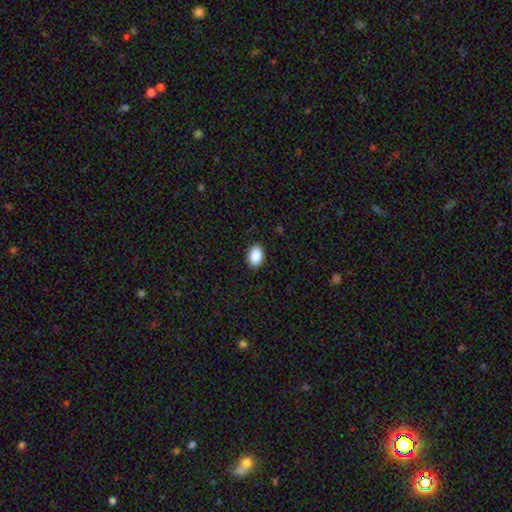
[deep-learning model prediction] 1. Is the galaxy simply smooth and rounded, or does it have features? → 89% smooth, 7% star or artifact, 3% featured or disk.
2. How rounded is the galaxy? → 88% in between, 11% round, 1% cigar-shaped.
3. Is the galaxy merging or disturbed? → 88% none, 9% minor disturbance, 2% major disturbance, 1% merger.